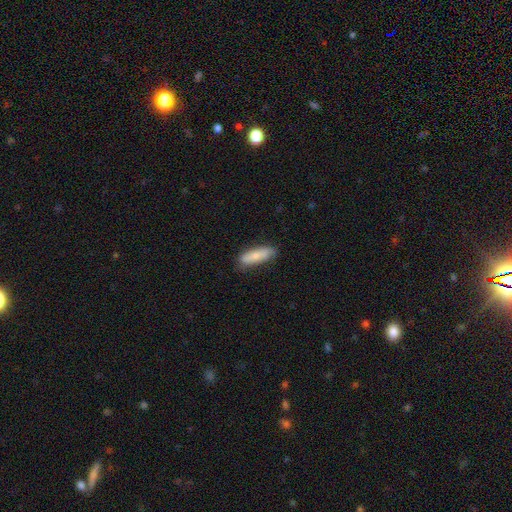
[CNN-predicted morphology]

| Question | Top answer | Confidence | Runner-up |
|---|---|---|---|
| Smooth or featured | smooth | 77% | featured or disk (17%) |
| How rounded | cigar-shaped | 50% | in between (48%) |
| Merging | none | 80% | minor disturbance (16%) |